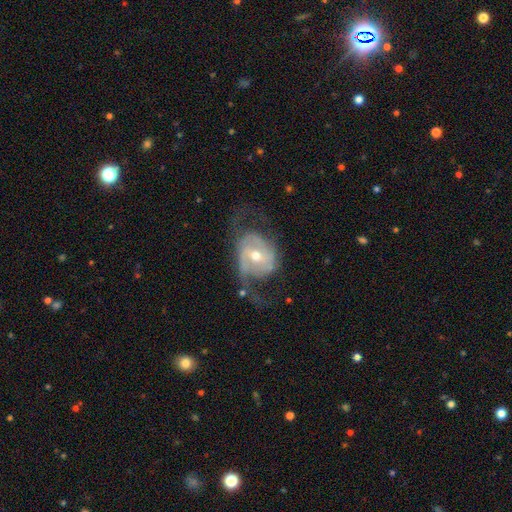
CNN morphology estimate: Smooth or featured?
  - featured or disk: 83% *
  - smooth: 12%
  - star or artifact: 6%
Edge-on disk?
  - no: 96% *
  - yes: 4%
Bar?
  - weak: 42% *
  - no: 37%
  - strong: 20%
Spiral arms?
  - yes: 88% *
  - no: 12%
Spiral winding?
  - medium: 43% *
  - loose: 36%
  - tight: 21%
Spiral arm count?
  - 2: 75% *
  - can't tell: 11%
  - 1: 5%
  - 3: 5%
  - 4: 2%
  - more than 4: 2%
Bulge size?
  - moderate: 59% *
  - small: 36%
  - large: 3%
  - none: 1%
  - dominant: 1%
Merging?
  - none: 50% *
  - major disturbance: 28%
  - minor disturbance: 20%
  - merger: 2%